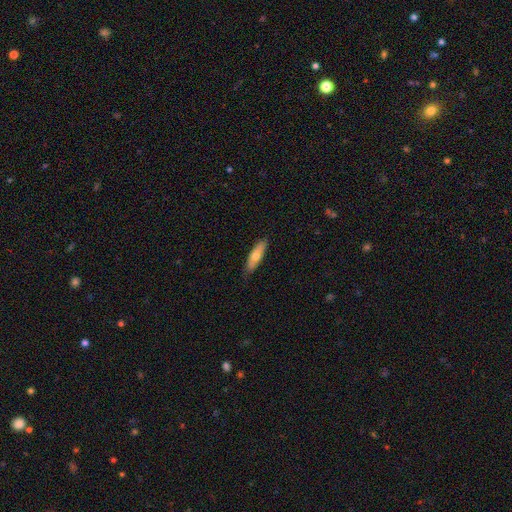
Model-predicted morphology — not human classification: smooth 62%, featured or disk 32%, star or artifact 6%. Down the decision tree: how rounded — cigar-shaped (64%); merging — none (85%).